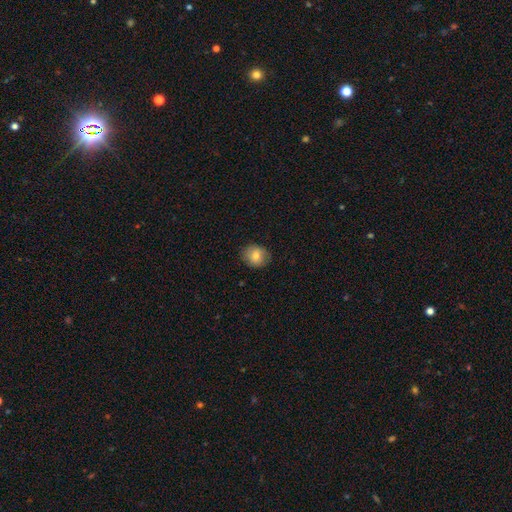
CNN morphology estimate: Smooth or featured? smooth (77%)
How rounded? round (63%)
Merging? none (83%)